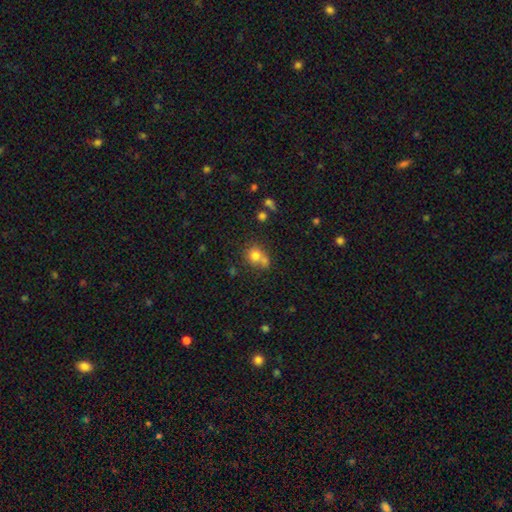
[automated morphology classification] The model was most divided on "merging": none: 43%, merger: 39%, minor disturbance: 12%, major disturbance: 6%. More confident: how rounded — round (76%); smooth or featured — smooth (76%).